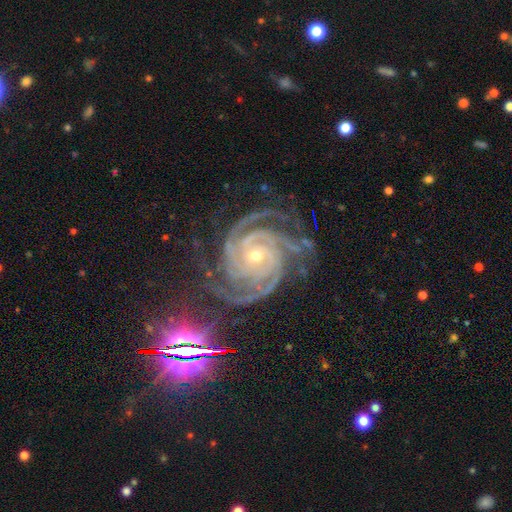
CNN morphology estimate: Smooth or featured? Predicted: featured or disk (p=0.92). Edge-on disk? Predicted: no (p=0.98). Bar? Predicted: no (p=0.66). Spiral arms? Predicted: yes (p=0.99). Spiral winding? Predicted: tight (p=0.78). Spiral arm count? Predicted: 4 (p=0.30). Bulge size? Predicted: small (p=0.64). Merging? Predicted: none (p=0.69).